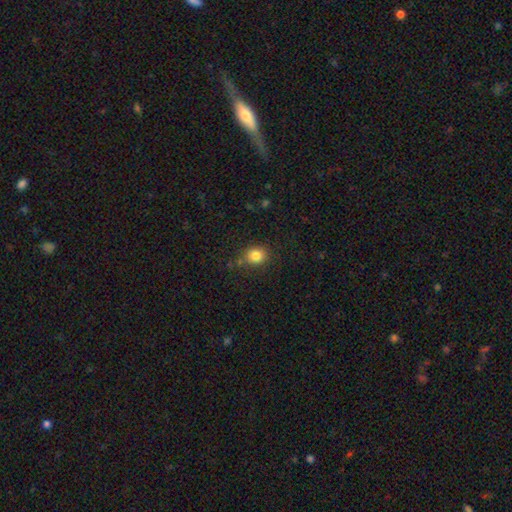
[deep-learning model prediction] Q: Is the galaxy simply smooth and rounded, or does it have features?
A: smooth — 83%.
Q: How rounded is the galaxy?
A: round — 70%.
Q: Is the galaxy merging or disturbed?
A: none — 80%.